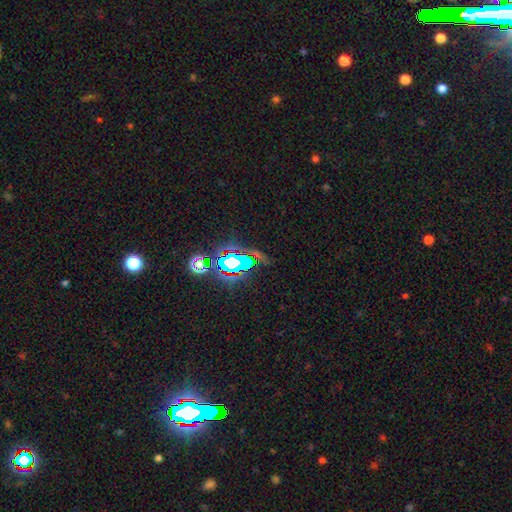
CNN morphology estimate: Smooth or featured? star or artifact (66%)